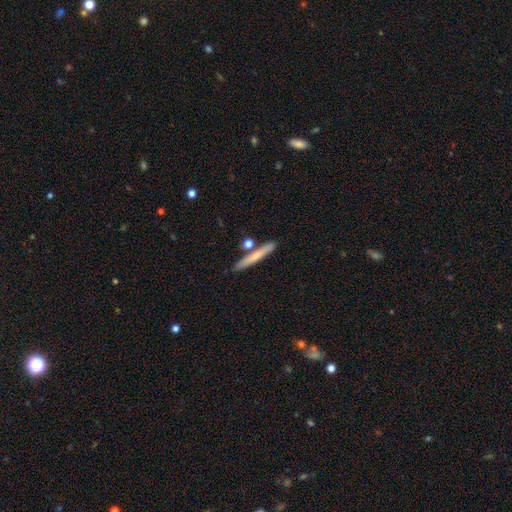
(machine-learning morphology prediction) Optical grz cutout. It shows a smooth galaxy with no disk features (66%) that is cigar-shaped (93%). Merging: none (81%).